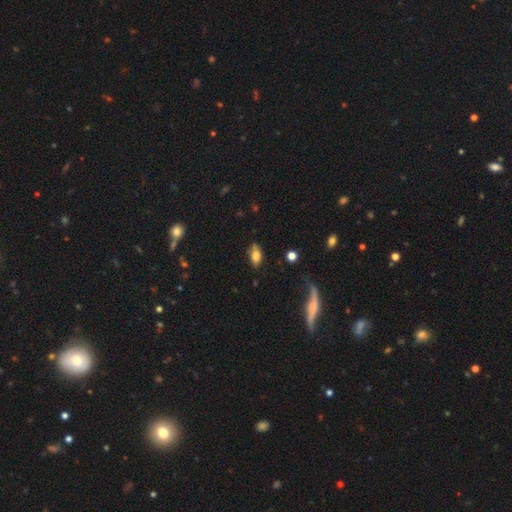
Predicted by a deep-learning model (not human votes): This is likely a smooth galaxy (79%). How rounded: clearly in between (88%). Merging: likely none (70%).